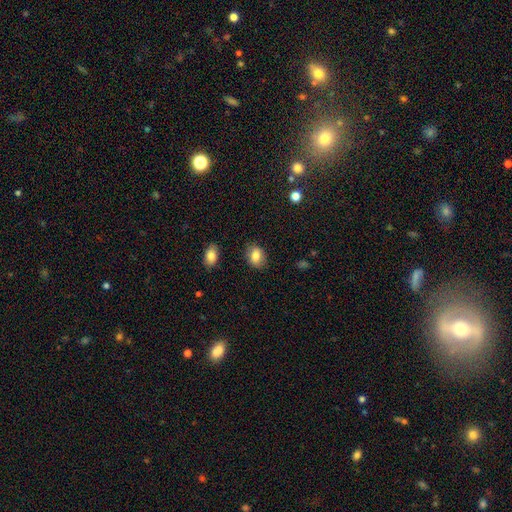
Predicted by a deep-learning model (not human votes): Smooth or featured?
  - smooth: 82% *
  - featured or disk: 10%
  - star or artifact: 8%
How rounded?
  - in between: 71% *
  - round: 28%
  - cigar-shaped: 1%
Merging?
  - none: 84% *
  - minor disturbance: 11%
  - major disturbance: 3%
  - merger: 2%